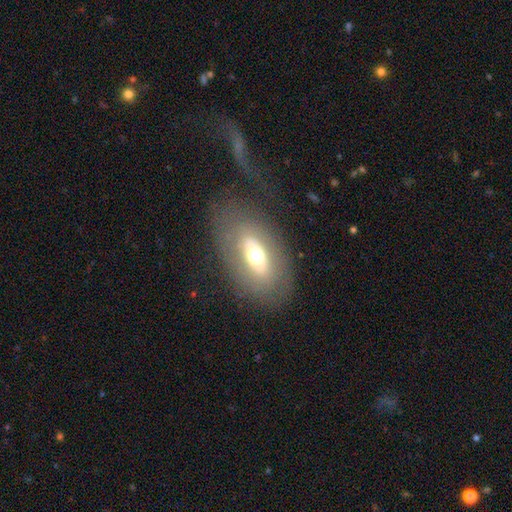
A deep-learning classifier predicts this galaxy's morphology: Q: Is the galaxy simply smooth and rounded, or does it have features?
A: smooth — 48%.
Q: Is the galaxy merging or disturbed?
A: none — 76%.